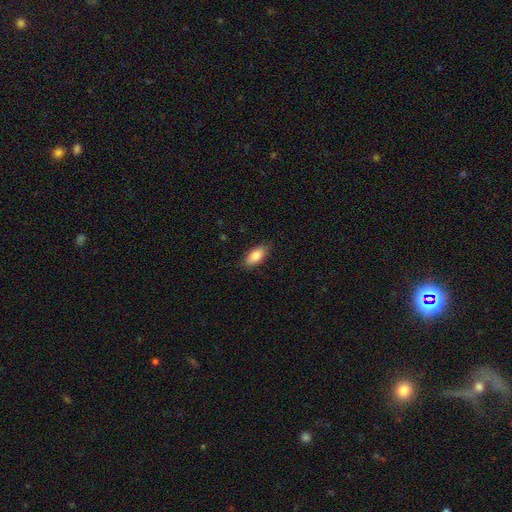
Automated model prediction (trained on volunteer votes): smooth 84%, featured or disk 9%, star or artifact 6%. Down the decision tree: how rounded — in between (88%); merging — none (85%).